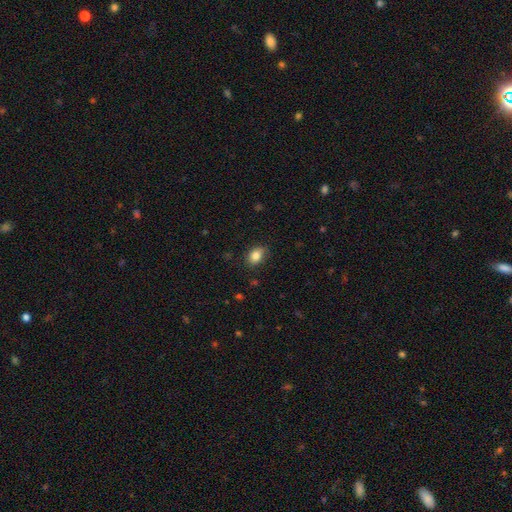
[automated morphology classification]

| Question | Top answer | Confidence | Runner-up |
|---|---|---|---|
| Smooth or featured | smooth | 84% | star or artifact (9%) |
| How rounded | in between | 72% | round (27%) |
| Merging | none | 80% | minor disturbance (15%) |